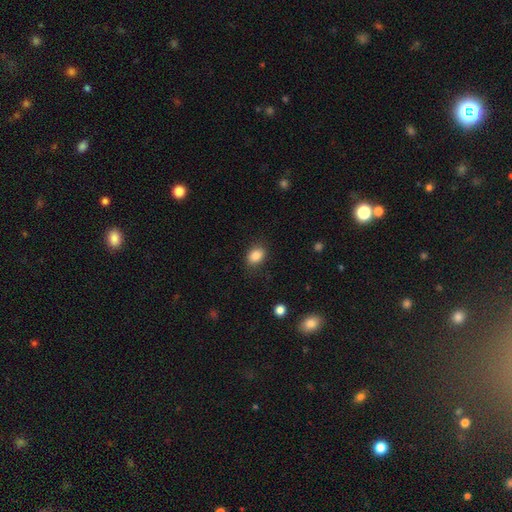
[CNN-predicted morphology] The model was most divided on "how rounded": in between: 66%, round: 33%, cigar-shaped: 1%. More confident: smooth or featured — smooth (86%); merging — none (84%).